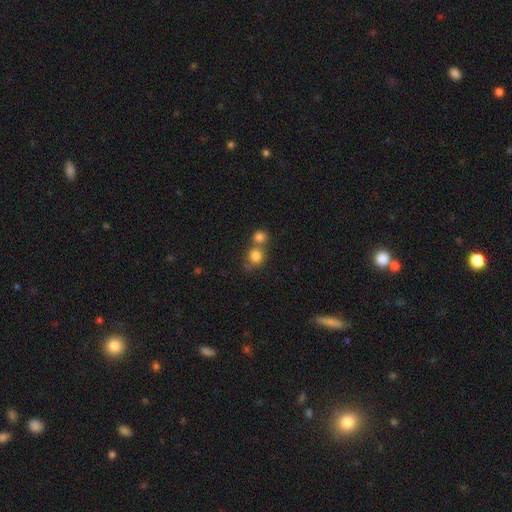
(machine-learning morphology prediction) Smooth or featured?
  - smooth: 81% *
  - star or artifact: 11%
  - featured or disk: 9%
How rounded?
  - round: 85% *
  - in between: 14%
  - cigar-shaped: 1%
Merging?
  - merger: 46% *
  - none: 43%
  - minor disturbance: 8%
  - major disturbance: 3%